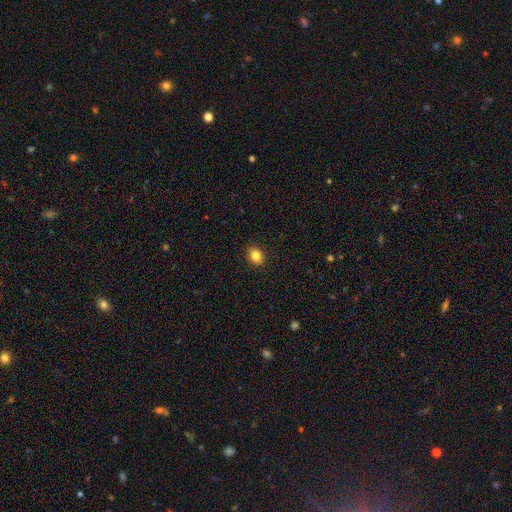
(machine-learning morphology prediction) smooth 84%, star or artifact 10%, featured or disk 5%. Down the decision tree: how rounded — in between (56%); merging — none (91%).